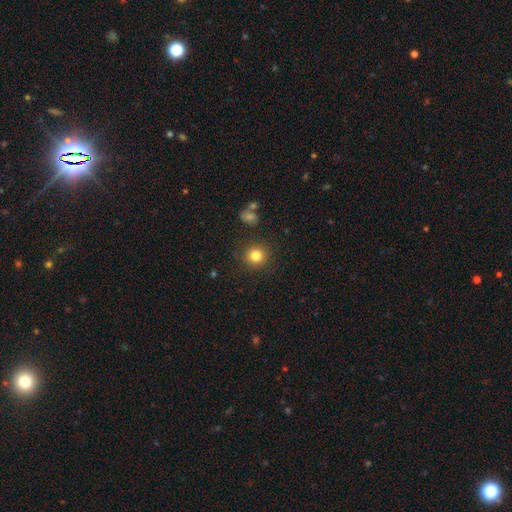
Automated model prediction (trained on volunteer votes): smooth 82%, star or artifact 12%, featured or disk 6%. Down the decision tree: how rounded — round (92%); merging — none (89%).